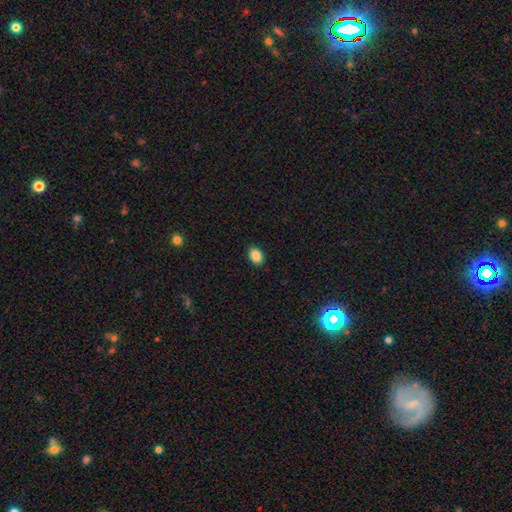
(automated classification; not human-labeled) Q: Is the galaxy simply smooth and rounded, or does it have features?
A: smooth — 87%.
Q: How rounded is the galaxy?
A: in between — 79%.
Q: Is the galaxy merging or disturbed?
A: none — 90%.